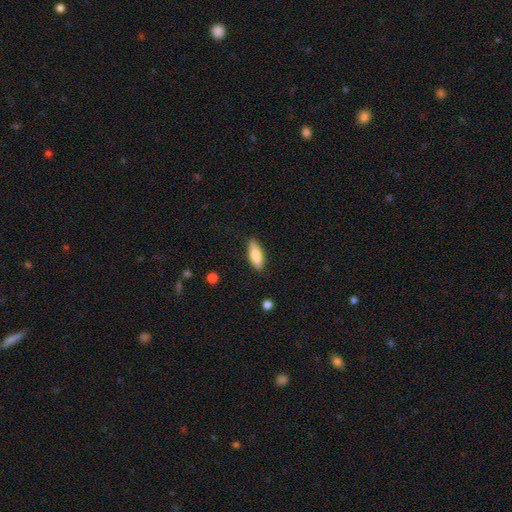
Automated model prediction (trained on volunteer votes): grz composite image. It shows a smooth galaxy with no disk features (80%) that is in between round and cigar-shaped (69%). Merging: none (85%).